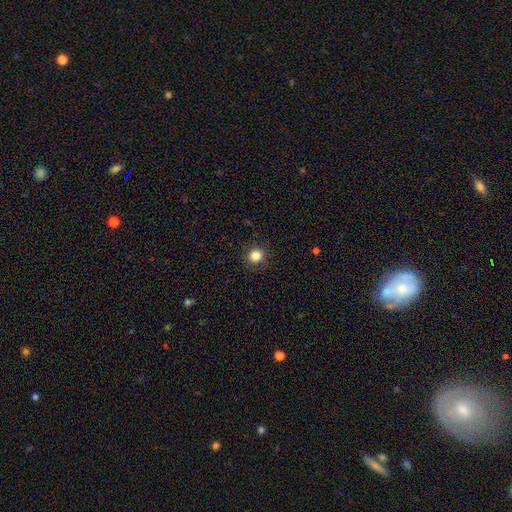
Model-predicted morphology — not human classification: Q: Smooth or featured?
A: smooth (85%); runner-up: star or artifact (11%)
Q: How rounded?
A: round (86%); runner-up: in between (13%)
Q: Merging?
A: none (90%); runner-up: minor disturbance (7%)